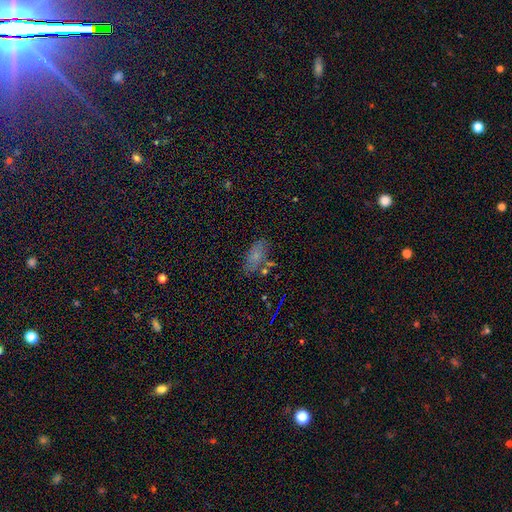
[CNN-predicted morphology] Smooth or featured: smooth — 64% (star or artifact — 19%)
How rounded: in between — 85% (cigar-shaped — 10%)
Merging: none — 72% (minor disturbance — 17%)